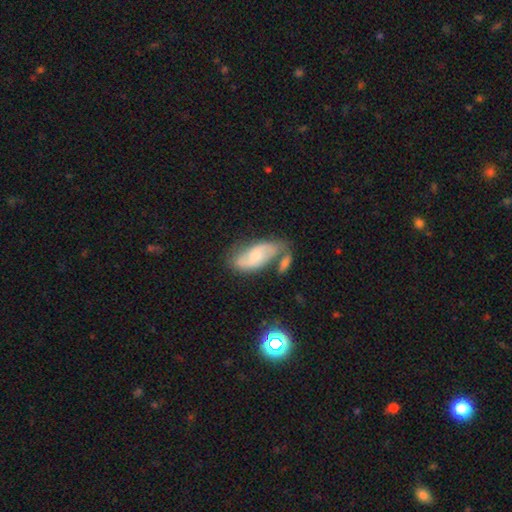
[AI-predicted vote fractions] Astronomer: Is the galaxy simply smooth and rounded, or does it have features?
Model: featured or disk — 60%.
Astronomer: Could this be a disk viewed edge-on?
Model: no — 91%.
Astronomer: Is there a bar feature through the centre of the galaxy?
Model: no — 56% (runner-up: weak, 34%).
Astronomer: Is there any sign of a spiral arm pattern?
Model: yes — 85%.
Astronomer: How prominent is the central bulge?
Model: moderate — 47% (runner-up: small, 43%).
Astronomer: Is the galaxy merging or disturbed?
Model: none — 50%.